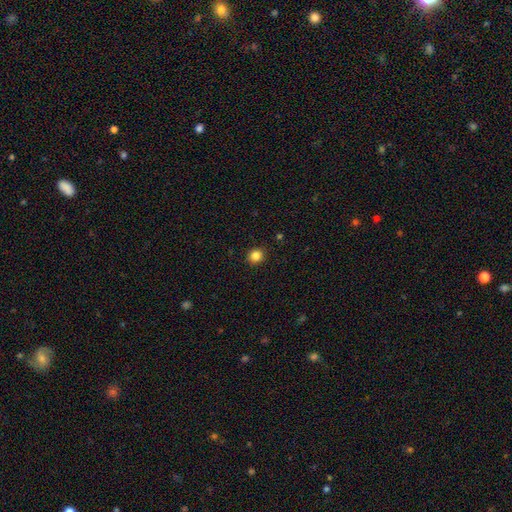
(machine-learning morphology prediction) A smooth galaxy with no disk features (85%) that is round (87%).

Vote fractions:
- Smooth or featured? smooth: 85% / star or artifact: 12% / featured or disk: 4%
- How rounded? round: 87% / in between: 12% / cigar-shaped: 1%
- Merging? none: 91% / minor disturbance: 6% / major disturbance: 2% / merger: 1%